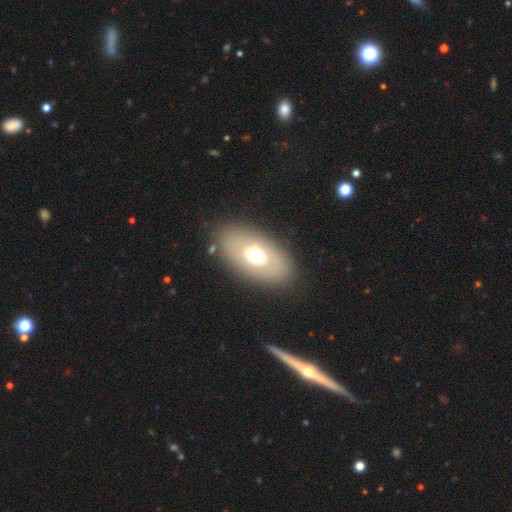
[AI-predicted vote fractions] smooth_or_featured: smooth (p=0.59) [alt: featured or disk p=0.32]
how_rounded: in between (p=0.89) [alt: round p=0.09]
merging: none (p=0.84) [alt: minor disturbance p=0.09]